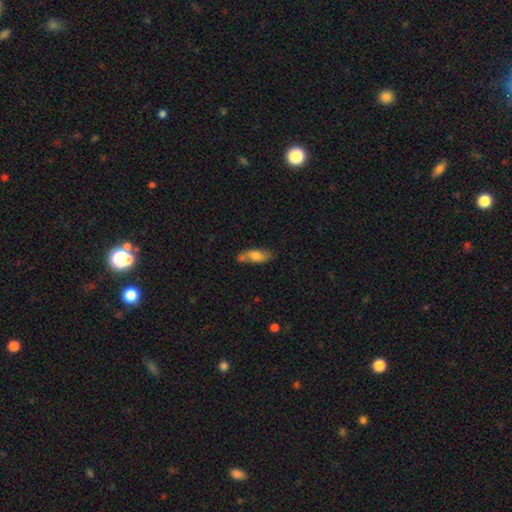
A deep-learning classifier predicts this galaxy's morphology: Smooth or featured: smooth — 74% (featured or disk — 19%)
How rounded: in between — 75% (cigar-shaped — 22%)
Merging: none — 52% (merger — 23%)